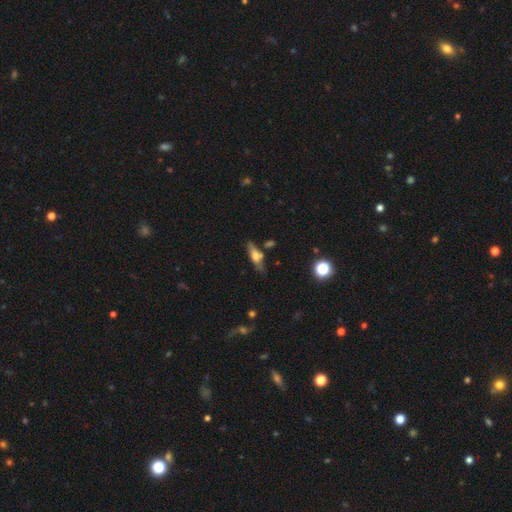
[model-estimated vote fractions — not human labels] This appears to be a smooth galaxy with no disk features (49%). Merging: none (59%).